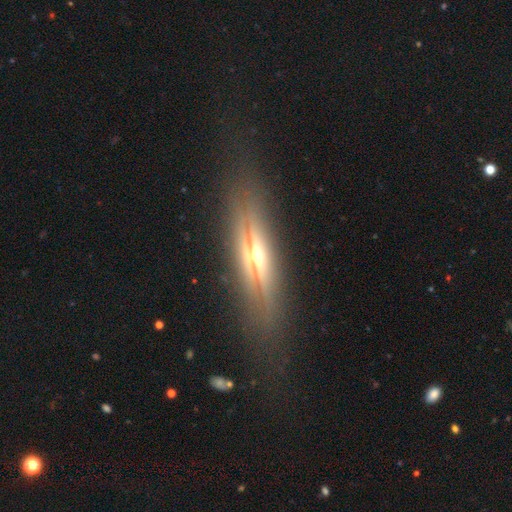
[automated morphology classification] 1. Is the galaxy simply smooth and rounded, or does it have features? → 76% featured or disk, 16% smooth, 8% star or artifact.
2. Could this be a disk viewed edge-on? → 91% yes, 9% no.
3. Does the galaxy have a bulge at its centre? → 91% rounded, 5% none, 4% boxy.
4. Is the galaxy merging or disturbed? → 76% none, 14% minor disturbance, 7% major disturbance, 2% merger.